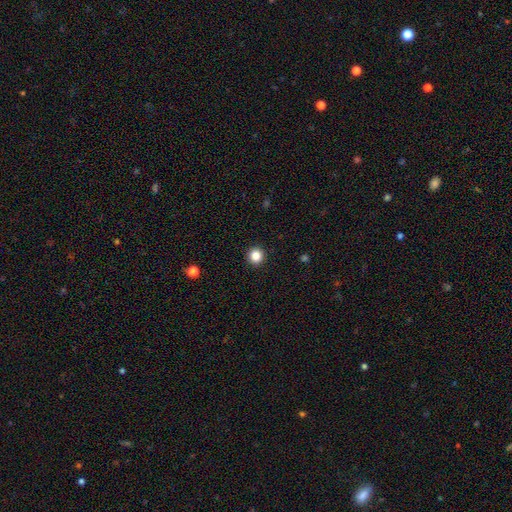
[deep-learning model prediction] Smooth or featured: smooth — 85% (star or artifact — 11%)
How rounded: round — 95% (in between — 4%)
Merging: none — 94% (minor disturbance — 4%)